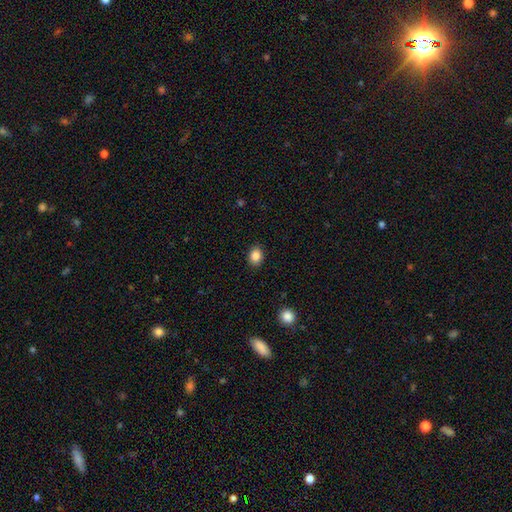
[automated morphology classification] This is clearly a smooth galaxy (86%). How rounded: possibly in between (59%). Merging: clearly none (90%).